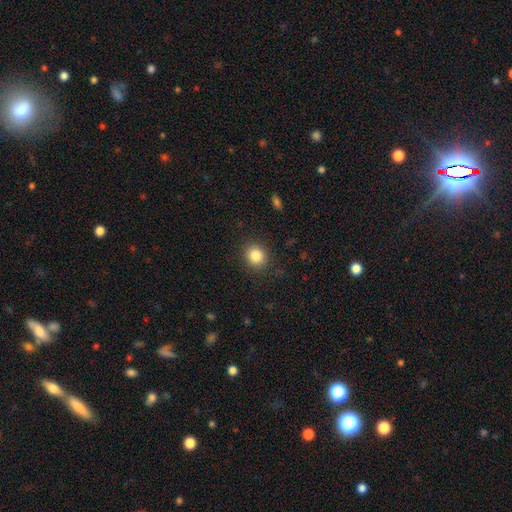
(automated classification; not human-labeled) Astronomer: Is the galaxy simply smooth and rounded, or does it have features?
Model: smooth — 84%.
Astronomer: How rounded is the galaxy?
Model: round — 80%.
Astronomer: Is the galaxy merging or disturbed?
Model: none — 88%.